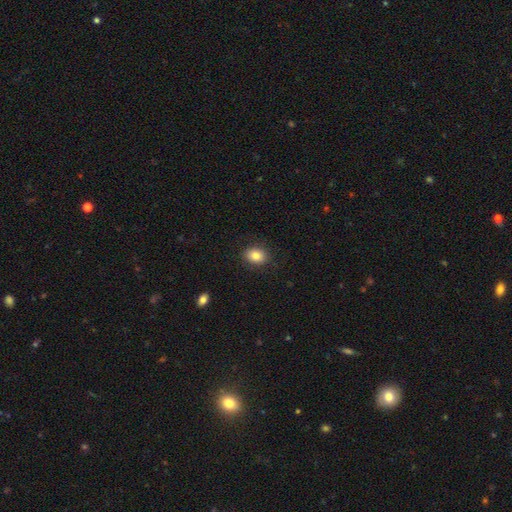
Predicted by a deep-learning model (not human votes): smooth_or_featured: smooth (p=0.84) [alt: star or artifact p=0.09]
how_rounded: in between (p=0.62) [alt: round p=0.37]
merging: none (p=0.87) [alt: minor disturbance p=0.09]